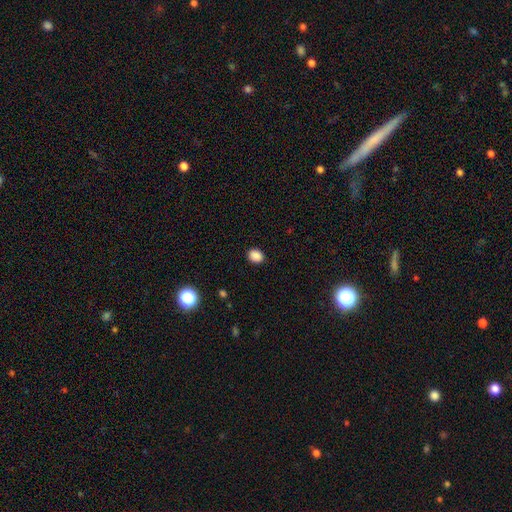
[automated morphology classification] A smooth galaxy with no disk features (87%) that is round (57%). Merging: none (89%).